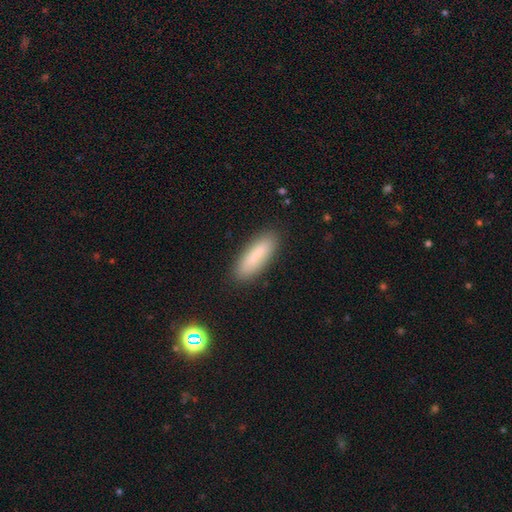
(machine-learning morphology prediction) A smooth galaxy with no disk features (82%) that is cigar-shaped (52%). Merging: none (86%).